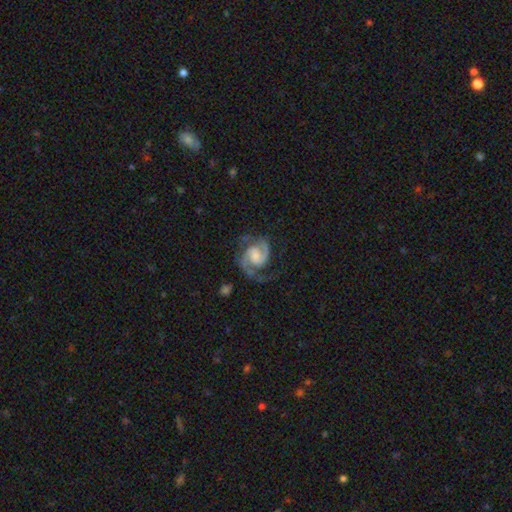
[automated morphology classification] Overall: featured or disk (91%). Edge-on disk: no (98%). Bar: no (51%; weak 40%). Spiral arms: yes (98%). Spiral arm count: 2 (91%). Spiral winding: medium (56%; tight 31%). Bulge size: moderate (37%; small 34%). Merging: none (69%).